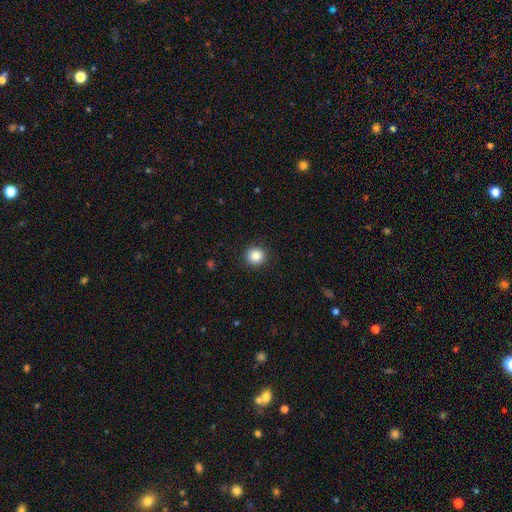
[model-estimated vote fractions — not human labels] smooth-or-featured: smooth: 84% | star or artifact: 10% | featured or disk: 6%
  how-rounded: round: 94% | in between: 6% | cigar-shaped: 1%
  merging: none: 92% | minor disturbance: 5% | major disturbance: 2% | merger: 1%